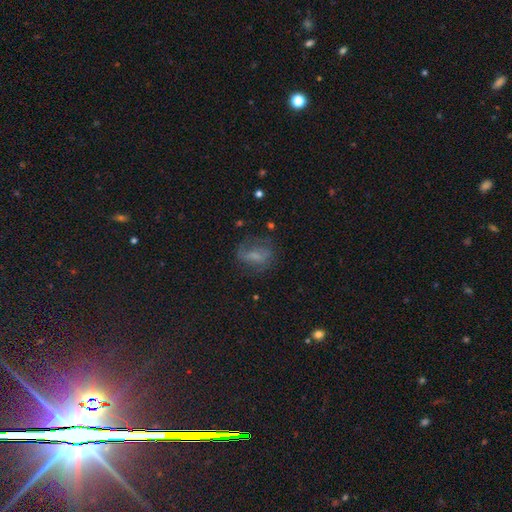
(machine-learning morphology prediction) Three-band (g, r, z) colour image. It shows a smooth galaxy with no disk features (43%). Merging: none (53%).